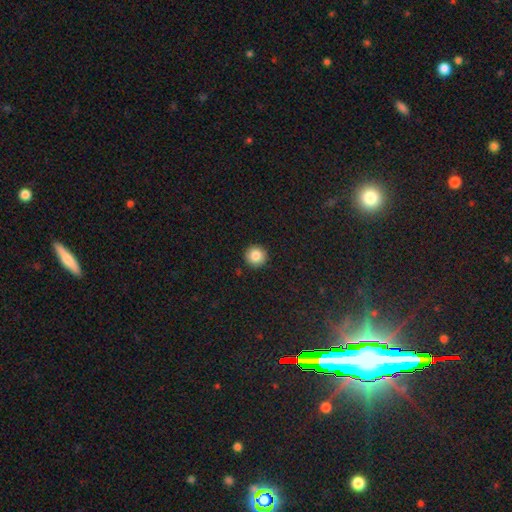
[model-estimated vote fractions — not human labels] This is clearly a smooth galaxy (85%). How rounded: clearly round (96%). Merging: clearly none (93%).